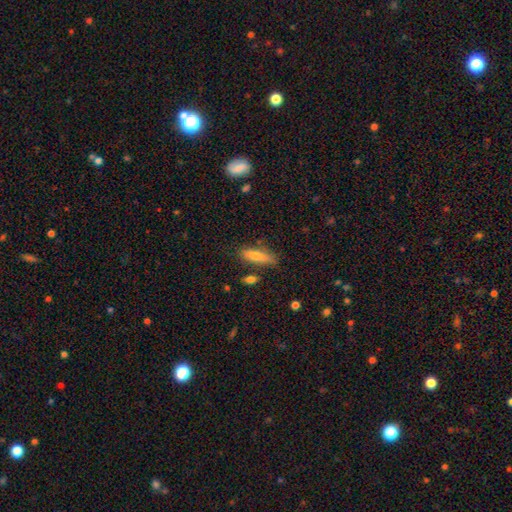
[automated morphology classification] This appears to be a smooth galaxy with no disk features (73%) that is cigar-shaped (70%). Merging: none (78%).